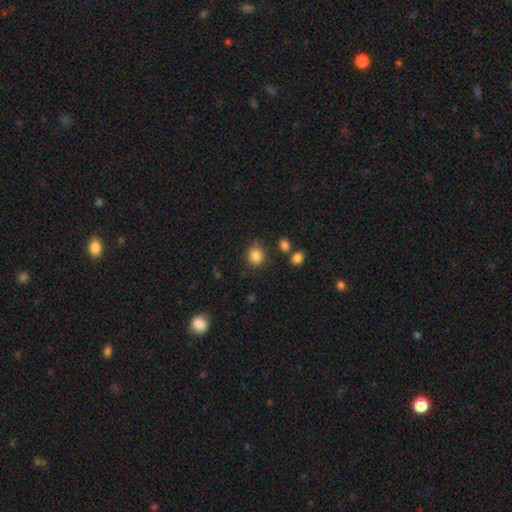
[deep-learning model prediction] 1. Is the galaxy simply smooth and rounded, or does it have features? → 85% smooth, 11% star or artifact, 4% featured or disk.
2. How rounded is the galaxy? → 79% round, 20% in between, 1% cigar-shaped.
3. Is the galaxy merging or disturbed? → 78% none, 14% minor disturbance, 5% merger, 4% major disturbance.